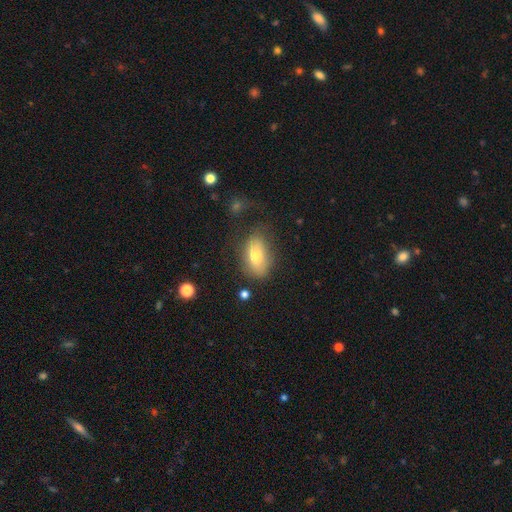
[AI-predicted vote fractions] Morphology: type=smooth (73%); roundness=in between (90%); merging=none (63%).